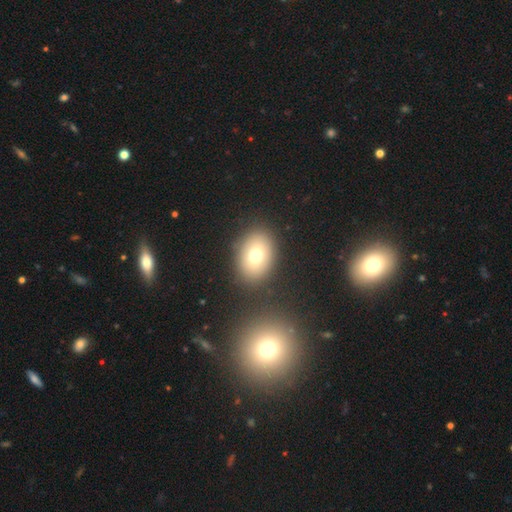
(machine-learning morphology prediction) This appears to be a smooth galaxy with no disk features (72%) that is in between round and cigar-shaped (69%). Merging: none (85%).